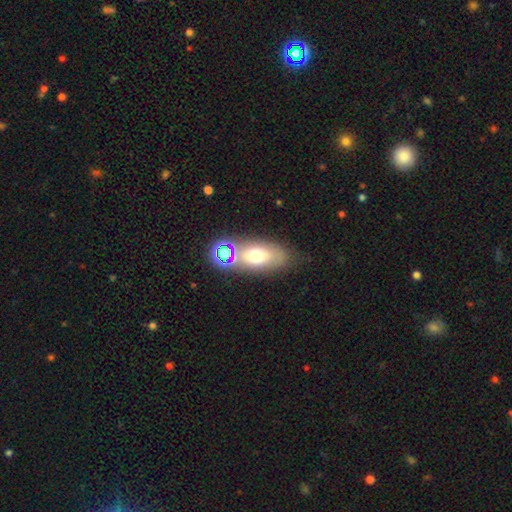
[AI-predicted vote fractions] Smooth or featured: smooth — 60% (featured or disk — 23%)
How rounded: in between — 80% (round — 13%)
Merging: none — 69% (minor disturbance — 14%)